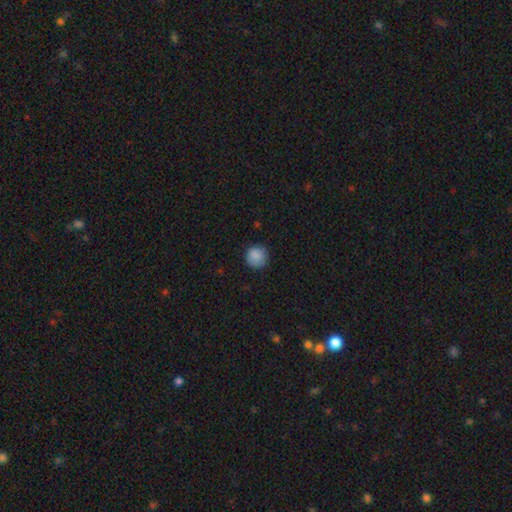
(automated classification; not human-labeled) Smooth or featured? Predicted: smooth (p=0.87). How rounded? Predicted: round (p=0.93). Merging? Predicted: none (p=0.84).